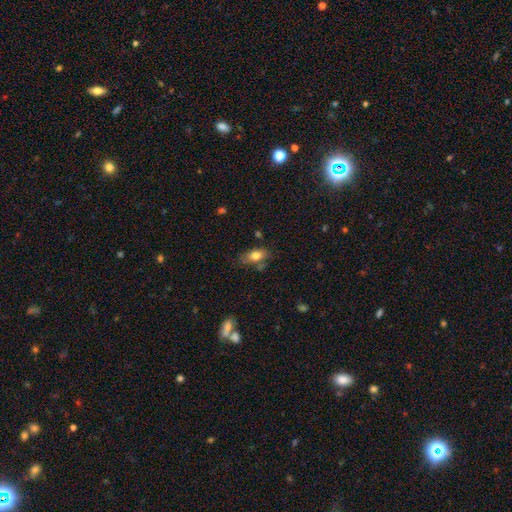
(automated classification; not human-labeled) A smooth galaxy with no disk features (76%) that is in between round and cigar-shaped (85%). Merging: none (58%).